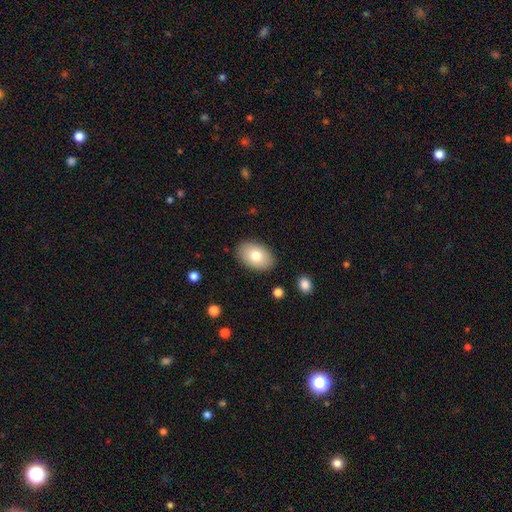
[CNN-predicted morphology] smooth-or-featured: smooth: 77% | featured or disk: 16% | star or artifact: 7%
  how-rounded: in between: 88% | round: 11% | cigar-shaped: 1%
  merging: none: 87% | minor disturbance: 9% | major disturbance: 2% | merger: 1%